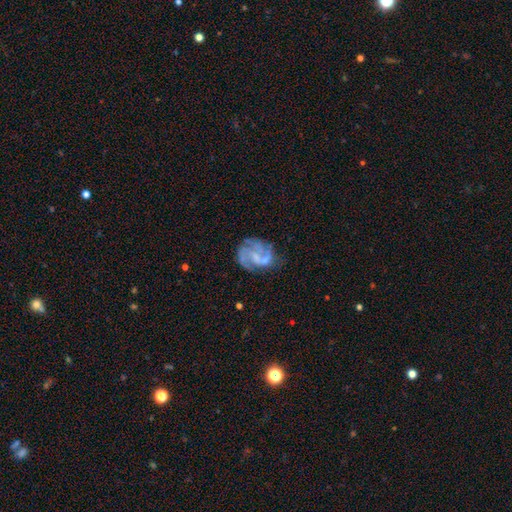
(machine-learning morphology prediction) Smooth or featured? featured or disk (71%)
Edge-on disk? no (98%)
Bar? no (60%)
Spiral arms? yes (70%)
Bulge size? none (40%)
Merging? none (52%)